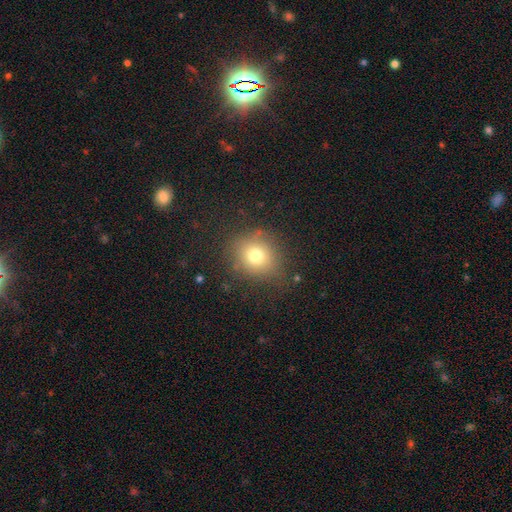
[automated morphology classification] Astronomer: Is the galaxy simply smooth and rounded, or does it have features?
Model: smooth — 72%.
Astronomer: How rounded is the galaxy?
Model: round — 79%.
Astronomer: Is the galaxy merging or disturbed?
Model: none — 77%.